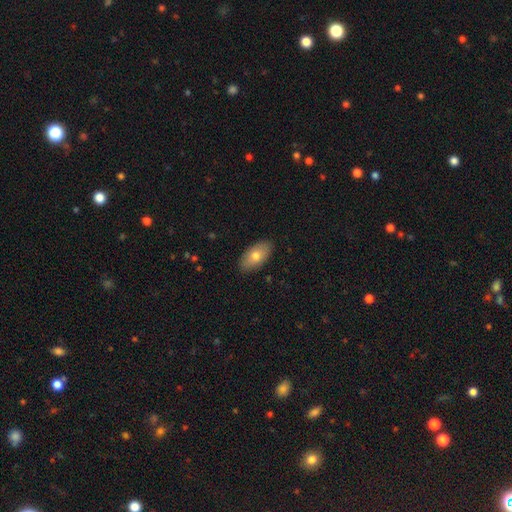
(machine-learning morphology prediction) Smooth or featured? smooth (74%)
How rounded? in between (94%)
Merging? none (87%)